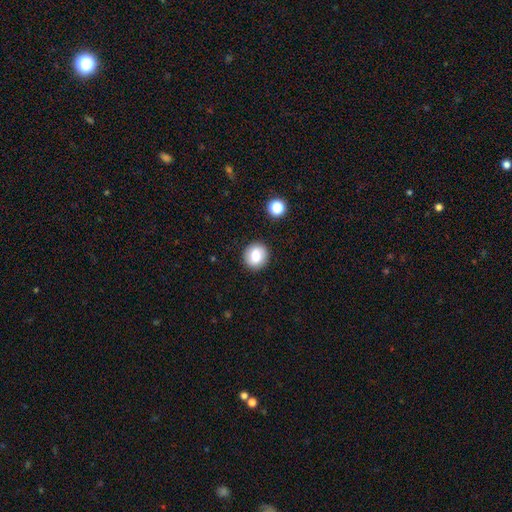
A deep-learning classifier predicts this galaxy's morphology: smooth_or_featured: smooth (p=0.76) [alt: featured or disk p=0.14]
how_rounded: round (p=0.85) [alt: in between p=0.14]
merging: none (p=0.90) [alt: minor disturbance p=0.07]